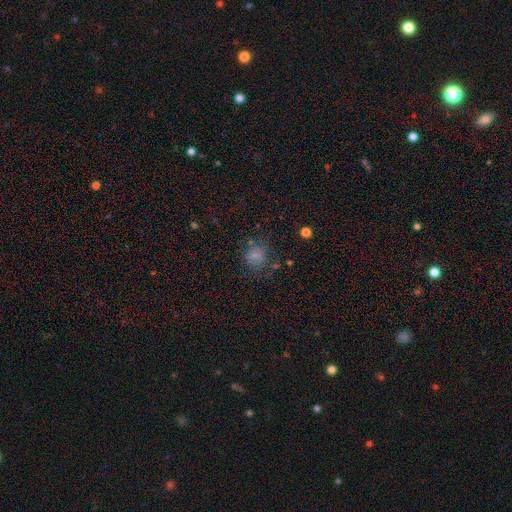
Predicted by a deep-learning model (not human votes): smooth-or-featured: smooth: 68% | star or artifact: 18% | featured or disk: 14%
  how-rounded: round: 76% | in between: 23% | cigar-shaped: 1%
  merging: none: 65% | minor disturbance: 19% | major disturbance: 12% | merger: 4%